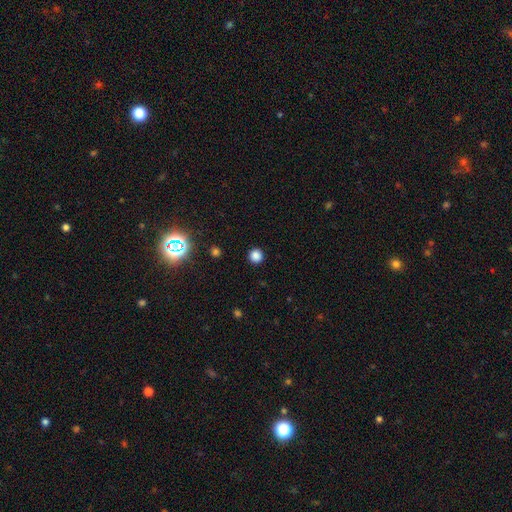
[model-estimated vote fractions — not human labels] This is clearly a smooth galaxy (84%). How rounded: clearly round (95%). Merging: clearly none (93%).